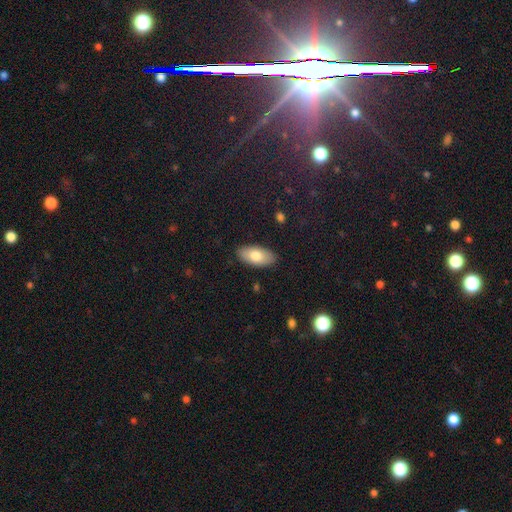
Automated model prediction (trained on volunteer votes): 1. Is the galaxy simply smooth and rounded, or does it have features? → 76% smooth, 18% featured or disk, 6% star or artifact.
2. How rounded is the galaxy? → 92% in between, 5% cigar-shaped, 2% round.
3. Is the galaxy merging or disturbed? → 88% none, 9% minor disturbance, 2% major disturbance, 1% merger.